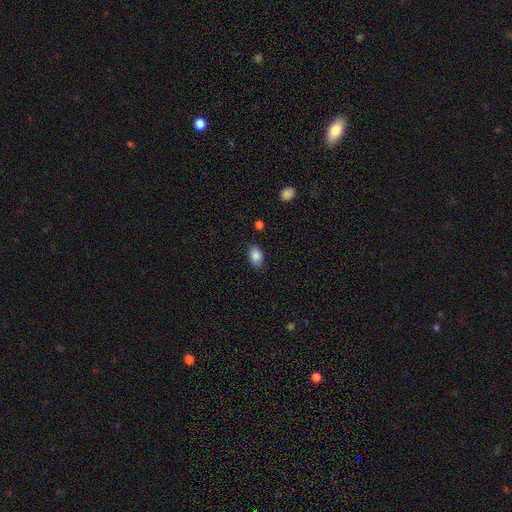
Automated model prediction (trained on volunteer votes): The model was most divided on "merging": none: 80%, minor disturbance: 15%, major disturbance: 3%, merger: 1%. More confident: smooth or featured — smooth (86%); how rounded — in between (83%).